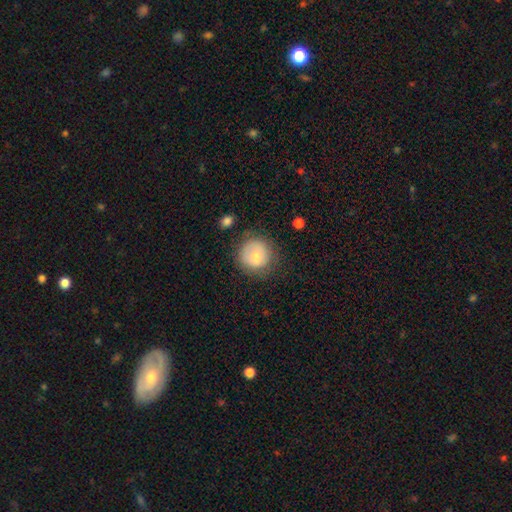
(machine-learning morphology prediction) This appears to be a smooth galaxy with no disk features (73%) that is round (91%). Merging: none (72%).